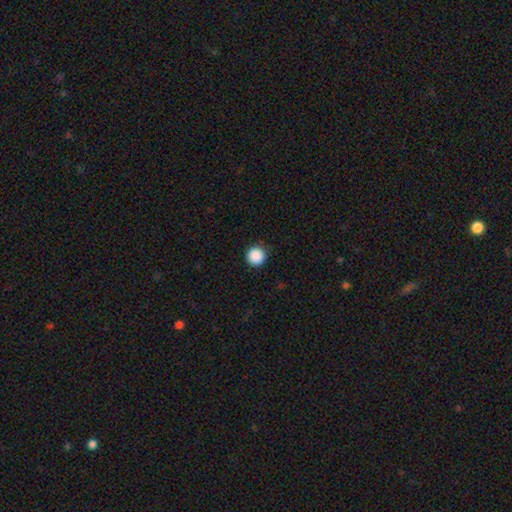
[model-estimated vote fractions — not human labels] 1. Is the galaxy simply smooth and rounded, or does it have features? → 89% smooth, 9% star or artifact, 2% featured or disk.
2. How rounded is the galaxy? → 96% round, 3% in between, 1% cigar-shaped.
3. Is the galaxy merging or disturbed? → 91% none, 6% minor disturbance, 2% major disturbance, 1% merger.